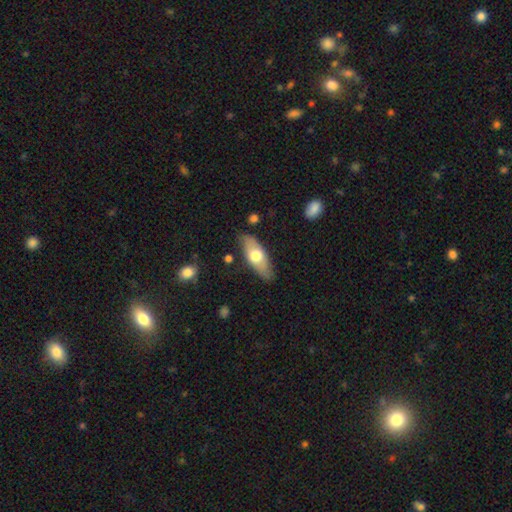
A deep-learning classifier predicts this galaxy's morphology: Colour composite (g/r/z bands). It shows a smooth galaxy with no disk features (59%) that is in between round and cigar-shaped (73%). Merging: none (81%).